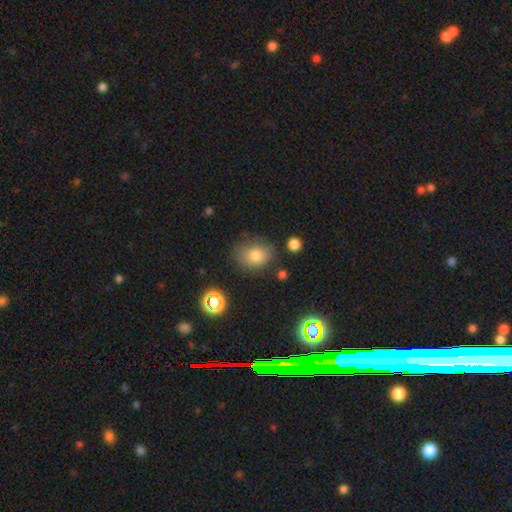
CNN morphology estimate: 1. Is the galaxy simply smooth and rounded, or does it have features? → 78% smooth, 11% featured or disk, 11% star or artifact.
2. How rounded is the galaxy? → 53% in between, 46% round, 1% cigar-shaped.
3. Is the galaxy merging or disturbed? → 70% none, 20% minor disturbance, 6% major disturbance, 4% merger.